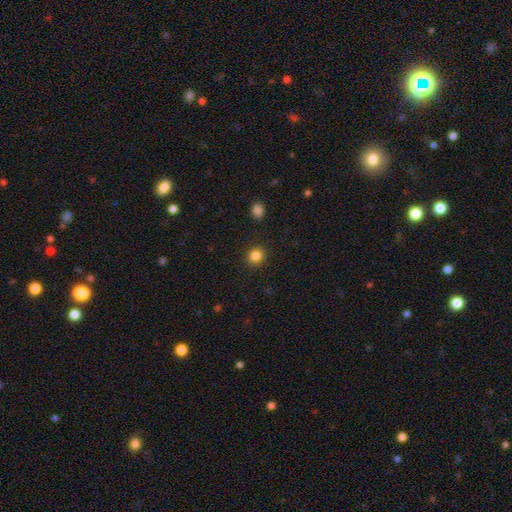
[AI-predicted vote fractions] Q: Smooth or featured?
A: smooth (84%); runner-up: star or artifact (11%)
Q: How rounded?
A: round (85%); runner-up: in between (15%)
Q: Merging?
A: none (91%); runner-up: minor disturbance (6%)